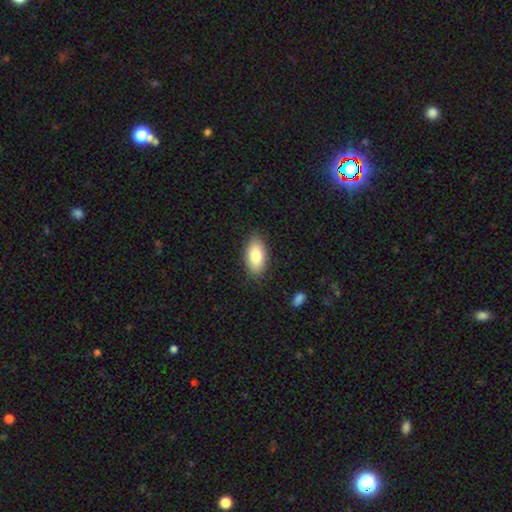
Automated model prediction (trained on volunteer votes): A smooth galaxy with no disk features (85%) that is in between round and cigar-shaped (92%).

Vote fractions:
- Smooth or featured? smooth: 85% / featured or disk: 9% / star or artifact: 6%
- How rounded? in between: 92% / cigar-shaped: 5% / round: 3%
- Merging? none: 86% / minor disturbance: 11% / major disturbance: 3% / merger: 1%